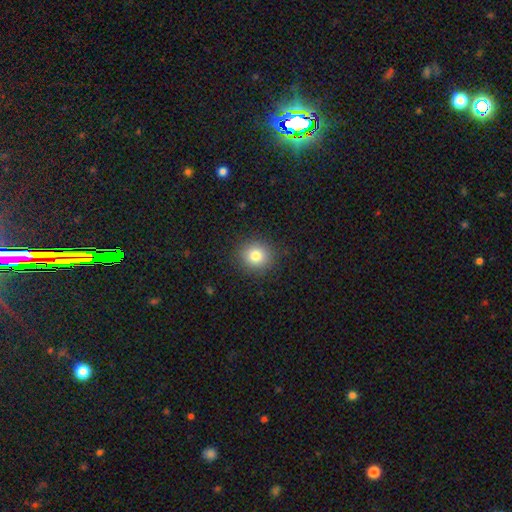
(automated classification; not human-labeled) smooth_or_featured: smooth (p=0.81) [alt: star or artifact p=0.11]
how_rounded: round (p=0.89) [alt: in between p=0.10]
merging: none (p=0.90) [alt: minor disturbance p=0.07]